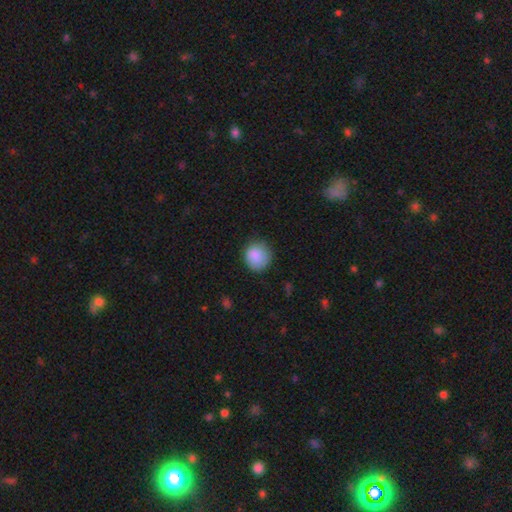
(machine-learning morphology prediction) Smooth or featured? Predicted: smooth (p=0.87). How rounded? Predicted: round (p=0.85). Merging? Predicted: none (p=0.77).